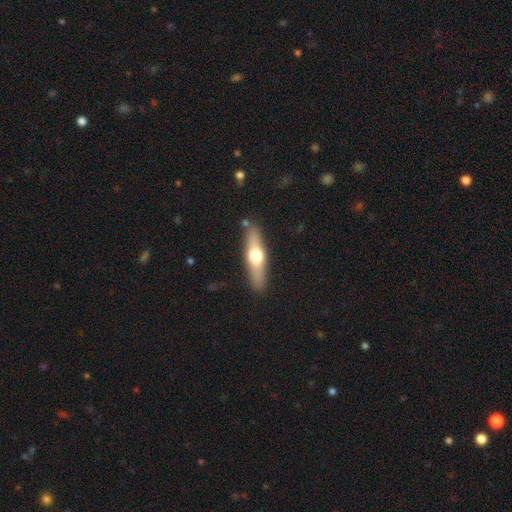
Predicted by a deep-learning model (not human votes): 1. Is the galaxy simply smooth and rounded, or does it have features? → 51% featured or disk, 44% smooth, 5% star or artifact.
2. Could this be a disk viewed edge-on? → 90% yes, 10% no.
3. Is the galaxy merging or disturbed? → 86% none, 9% minor disturbance, 3% merger, 2% major disturbance.